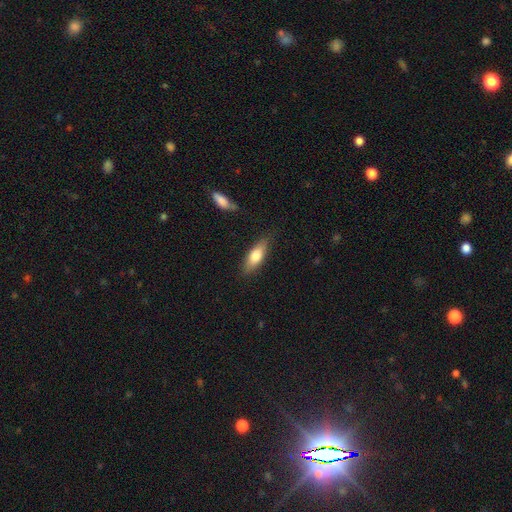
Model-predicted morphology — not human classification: smooth-or-featured: smooth: 72% | featured or disk: 22% | star or artifact: 6%
  how-rounded: in between: 63% | cigar-shaped: 34% | round: 3%
  merging: none: 81% | minor disturbance: 14% | major disturbance: 3% | merger: 2%